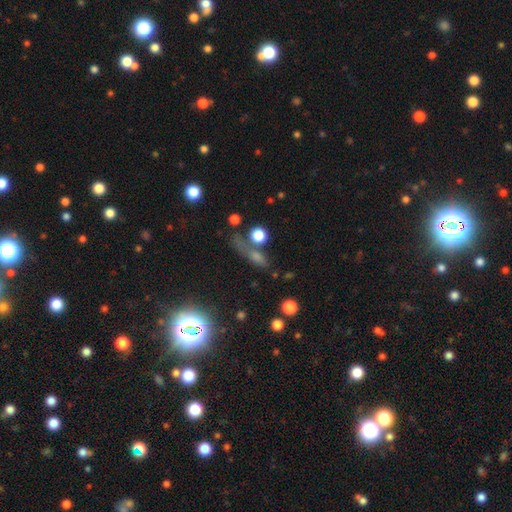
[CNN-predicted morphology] smooth 46%, star or artifact 34%, featured or disk 19%. Down the decision tree: merging — none (54%).